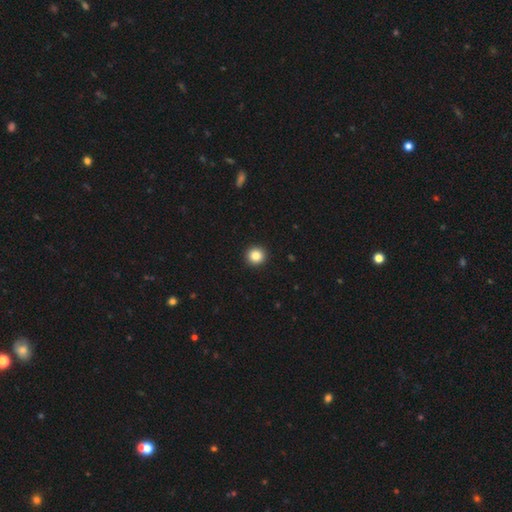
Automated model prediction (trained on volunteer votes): The model was most divided on "smooth or featured": smooth: 85%, star or artifact: 10%, featured or disk: 5%. More confident: how rounded — round (95%); merging — none (94%).